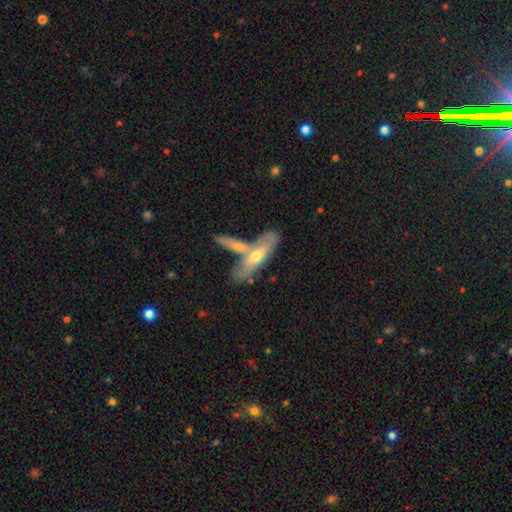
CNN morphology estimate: Smooth or featured?
  - featured or disk: 50% *
  - smooth: 45%
  - star or artifact: 5%
Merging?
  - none: 44% *
  - merger: 39%
  - minor disturbance: 12%
  - major disturbance: 4%